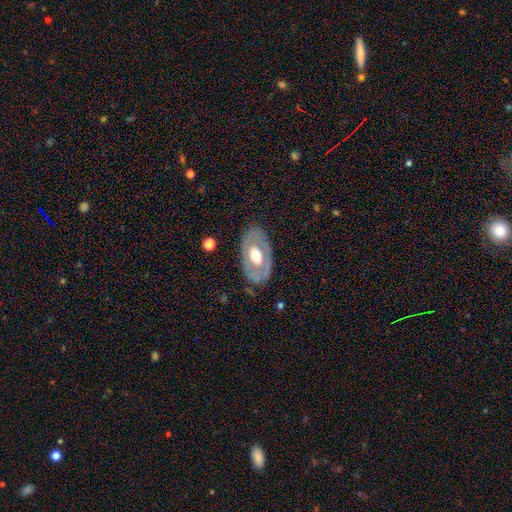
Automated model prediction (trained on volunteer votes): A featured or disk galaxy (61%) with no bar (79%), no spiral arms (81%) and a moderate central bulge (66%). Merging: none (79%).